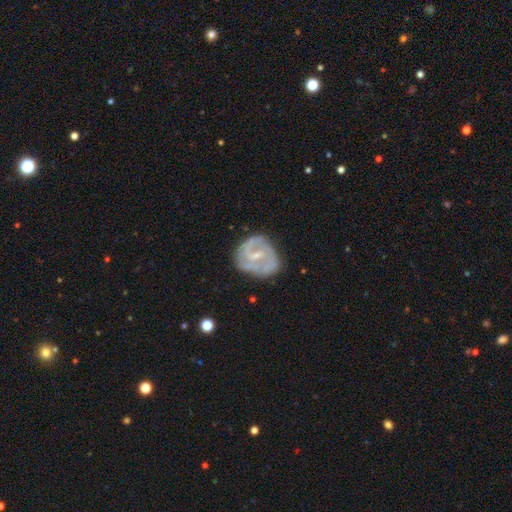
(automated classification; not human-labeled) Overall: featured or disk (75%). Edge-on disk: no (98%). Bar: weak (50%; no 34%). Spiral arms: yes (78%). Spiral arm count: 2 (44%; can't tell 29%). Spiral winding: medium (42%; tight 39%). Bulge size: small (66%). Merging: none (58%; minor disturbance 24%).